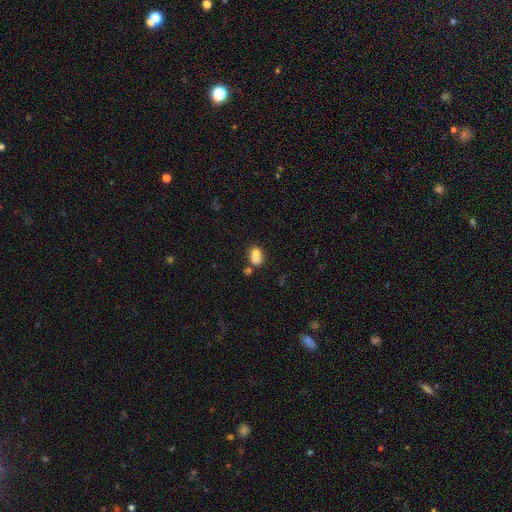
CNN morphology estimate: smooth-or-featured: smooth: 75% | featured or disk: 15% | star or artifact: 10%
  how-rounded: in between: 67% | round: 32% | cigar-shaped: 2%
  merging: merger: 47% | none: 34% | minor disturbance: 13% | major disturbance: 6%